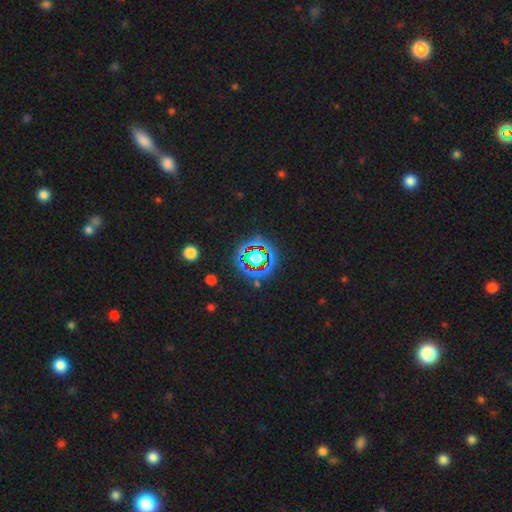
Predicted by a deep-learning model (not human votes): Smooth or featured? Predicted: star or artifact (p=0.77).